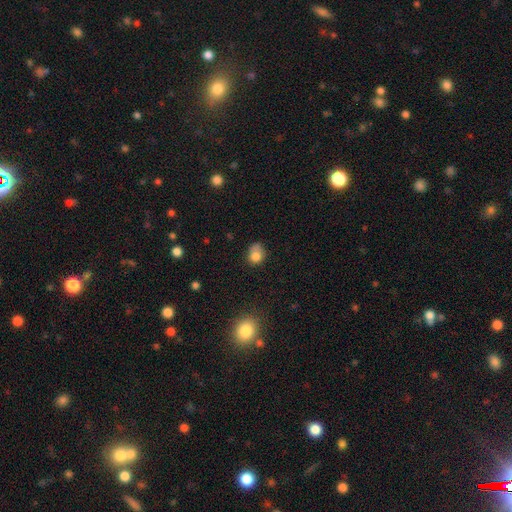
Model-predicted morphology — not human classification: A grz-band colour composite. It shows a smooth galaxy with no disk features (78%) that is round (54%). Merging: none (44%).